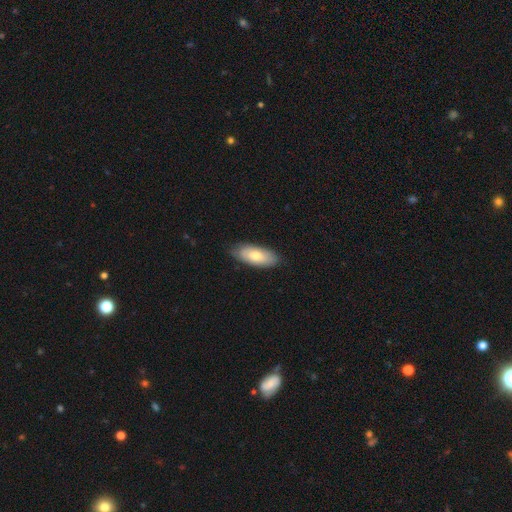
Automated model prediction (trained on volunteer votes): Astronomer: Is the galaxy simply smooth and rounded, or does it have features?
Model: smooth — 73%.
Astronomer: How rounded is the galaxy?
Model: in between — 85%.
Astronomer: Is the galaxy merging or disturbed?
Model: none — 82%.